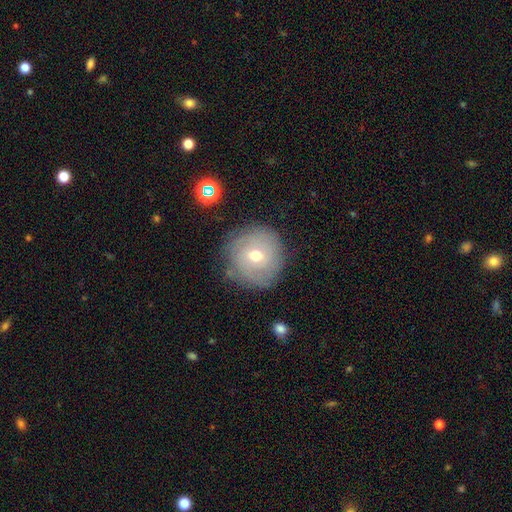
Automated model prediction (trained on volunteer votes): Smooth or featured: featured or disk — 49% (smooth — 39%)
Merging: none — 78% (minor disturbance — 15%)